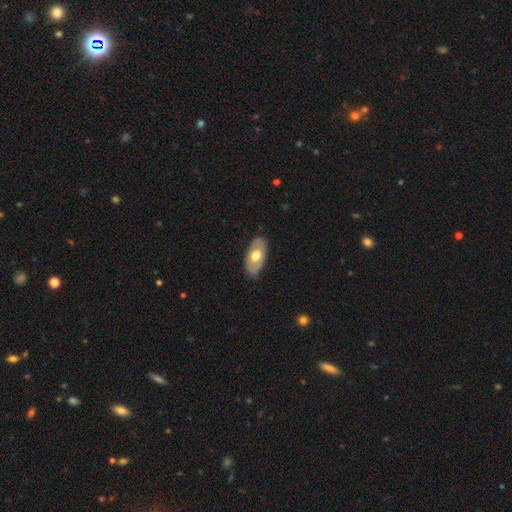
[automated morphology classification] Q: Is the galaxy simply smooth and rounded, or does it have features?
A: smooth — 52%.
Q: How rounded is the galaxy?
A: in between — 93%.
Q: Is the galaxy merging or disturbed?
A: none — 81%.